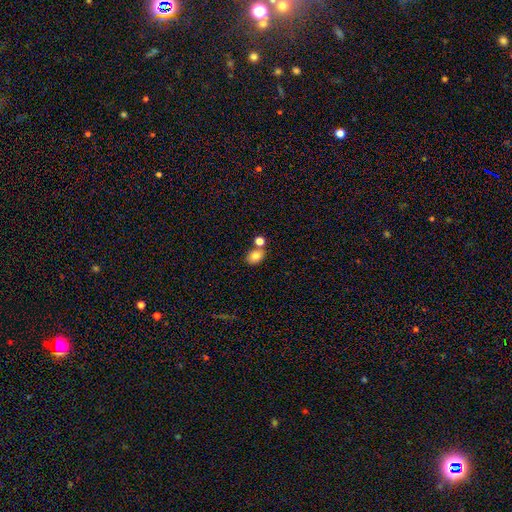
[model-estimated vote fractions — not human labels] Morphology: type=smooth (81%); roundness=in between (60%); merging=none (59%).